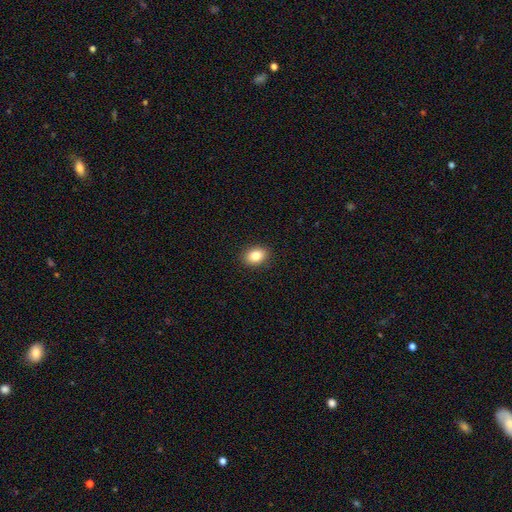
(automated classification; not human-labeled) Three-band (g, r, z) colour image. It shows a smooth galaxy with no disk features (84%) that is in between round and cigar-shaped (71%). Merging: none (90%).